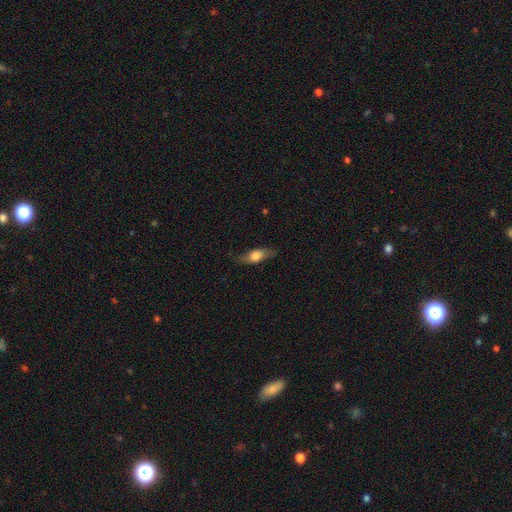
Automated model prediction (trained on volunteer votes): smooth-or-featured: smooth: 60% | featured or disk: 33% | star or artifact: 7%
  how-rounded: in between: 62% | cigar-shaped: 33% | round: 5%
  merging: none: 76% | minor disturbance: 17% | major disturbance: 5% | merger: 1%